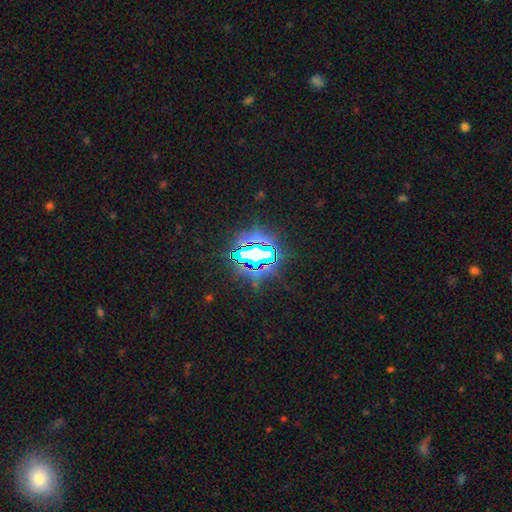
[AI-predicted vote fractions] This is likely a star or artifact rather than a galaxy (78%).